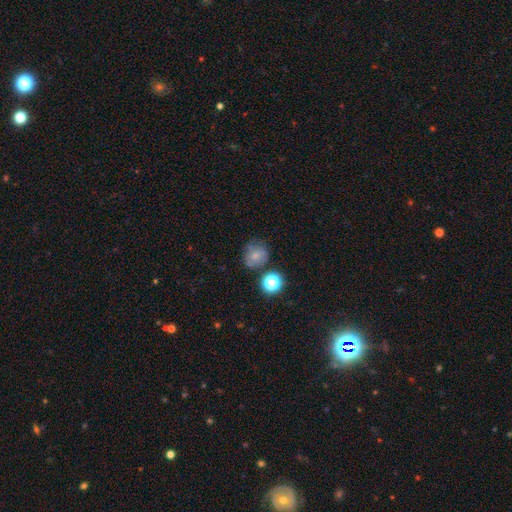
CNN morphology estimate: Q: Smooth or featured?
A: smooth (69%); runner-up: featured or disk (16%)
Q: How rounded?
A: round (78%); runner-up: in between (21%)
Q: Merging?
A: none (61%); runner-up: minor disturbance (20%)